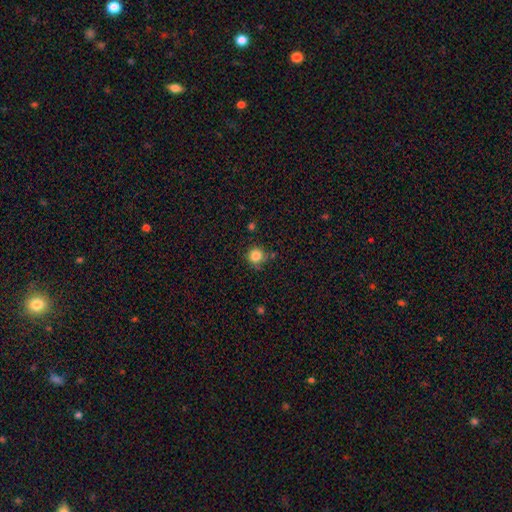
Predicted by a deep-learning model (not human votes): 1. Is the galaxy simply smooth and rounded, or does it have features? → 84% smooth, 11% star or artifact, 5% featured or disk.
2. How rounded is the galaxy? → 93% round, 6% in between, 1% cigar-shaped.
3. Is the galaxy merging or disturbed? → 77% none, 14% minor disturbance, 5% merger, 4% major disturbance.